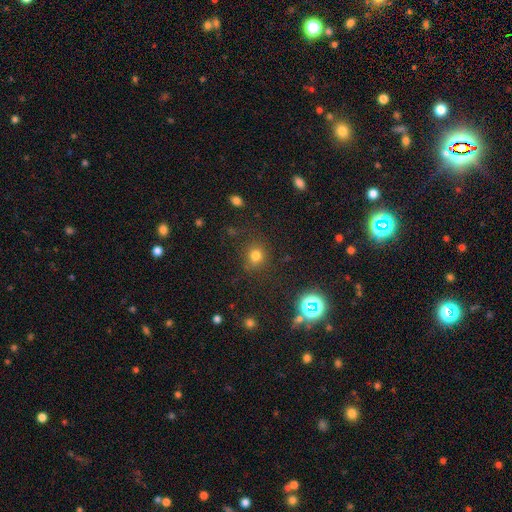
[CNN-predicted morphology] This is likely a smooth galaxy (74%). How rounded: clearly round (83%). Merging: clearly none (81%).